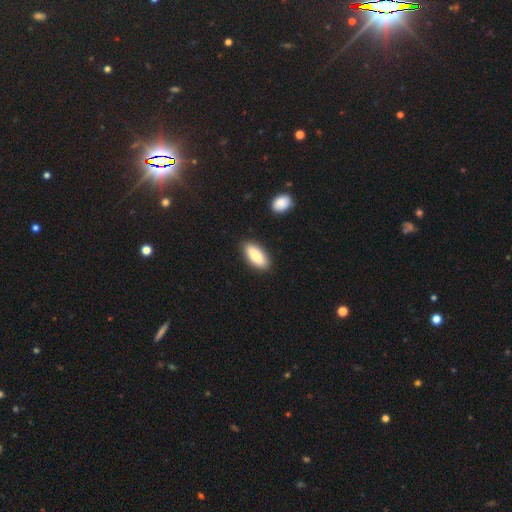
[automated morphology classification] Smooth or featured? smooth (83%)
How rounded? in between (84%)
Merging? none (87%)